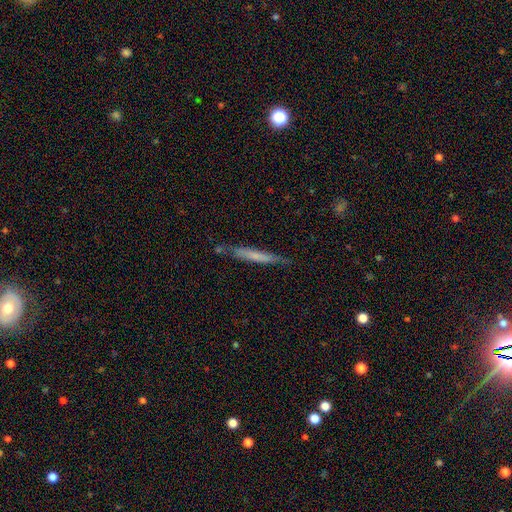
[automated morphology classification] This is possibly a smooth galaxy (55%). How rounded: clearly cigar-shaped (95%). Merging: likely none (79%).